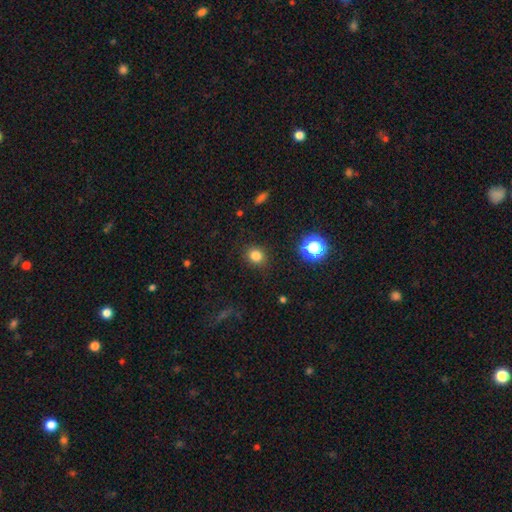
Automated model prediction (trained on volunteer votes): smooth_or_featured: smooth (p=0.81) [alt: star or artifact p=0.14]
how_rounded: round (p=0.74) [alt: in between p=0.25]
merging: none (p=0.88) [alt: minor disturbance p=0.08]